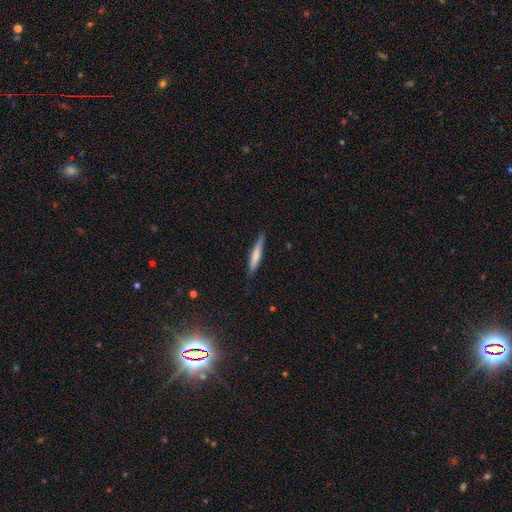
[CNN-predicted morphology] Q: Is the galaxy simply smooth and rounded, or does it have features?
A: smooth — 61%.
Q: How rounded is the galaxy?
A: cigar-shaped — 93%.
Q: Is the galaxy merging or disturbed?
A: none — 85%.